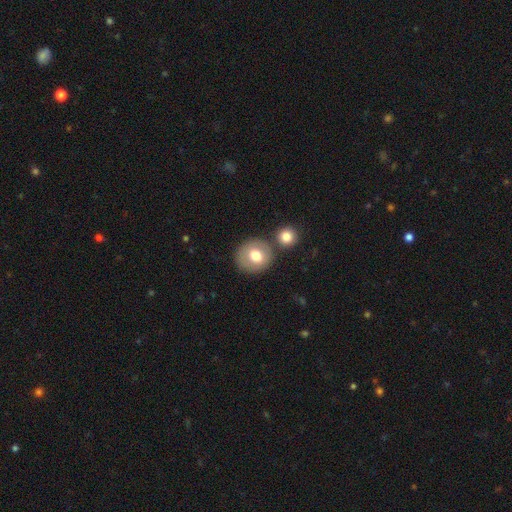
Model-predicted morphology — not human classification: The model was most divided on "smooth or featured": smooth: 72%, featured or disk: 20%, star or artifact: 8%. More confident: how rounded — round (83%); merging — none (71%).